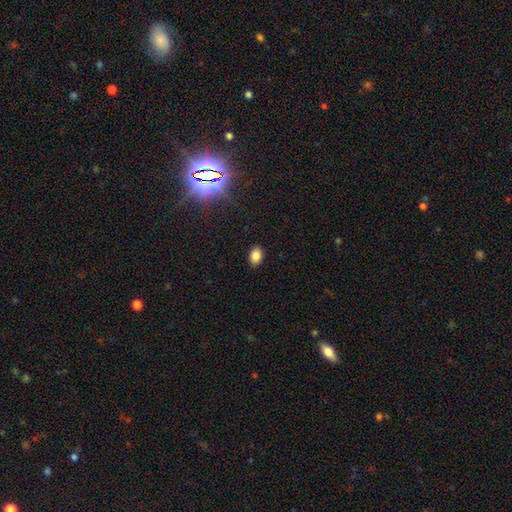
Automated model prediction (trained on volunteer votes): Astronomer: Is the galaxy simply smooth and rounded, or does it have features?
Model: smooth — 84%.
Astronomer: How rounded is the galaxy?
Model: in between — 78%.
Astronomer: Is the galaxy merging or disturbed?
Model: none — 89%.